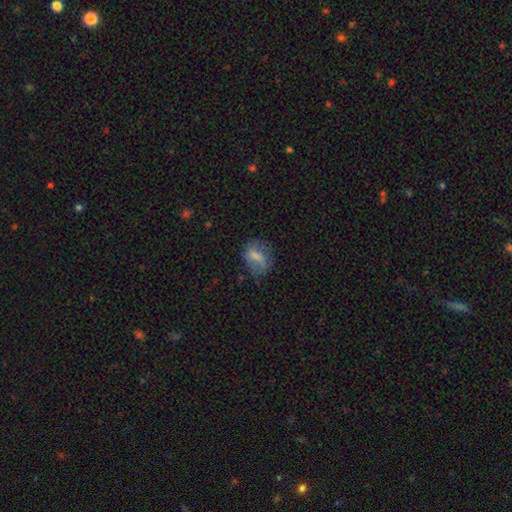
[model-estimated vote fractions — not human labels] The model was most divided on "smooth or featured": smooth: 58%, featured or disk: 33%, star or artifact: 10%. More confident: how rounded — in between (64%); merging — none (57%).